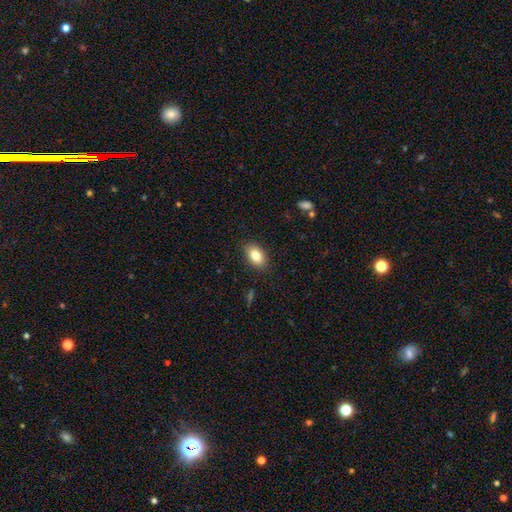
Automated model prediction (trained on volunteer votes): Smooth or featured? Predicted: smooth (p=0.84). How rounded? Predicted: in between (p=0.89). Merging? Predicted: none (p=0.88).